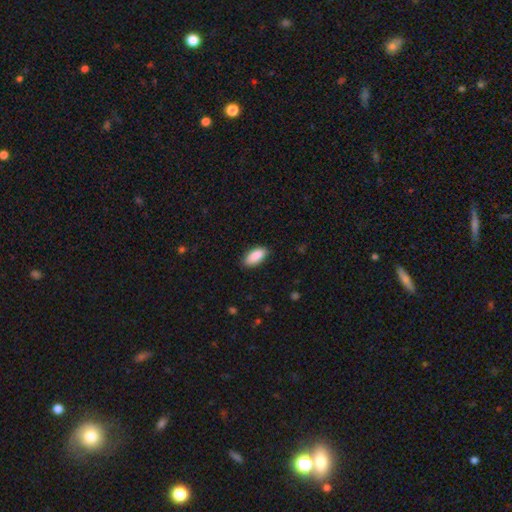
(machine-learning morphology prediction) smooth-or-featured: smooth: 90% | star or artifact: 6% | featured or disk: 4%
  how-rounded: in between: 90% | cigar-shaped: 7% | round: 2%
  merging: none: 85% | minor disturbance: 12% | major disturbance: 2% | merger: 1%